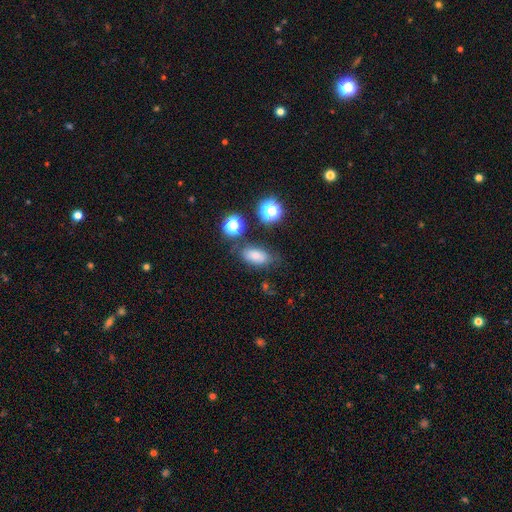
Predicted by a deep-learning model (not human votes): smooth 74%, star or artifact 14%, featured or disk 11%. Down the decision tree: how rounded — in between (87%); merging — none (69%).